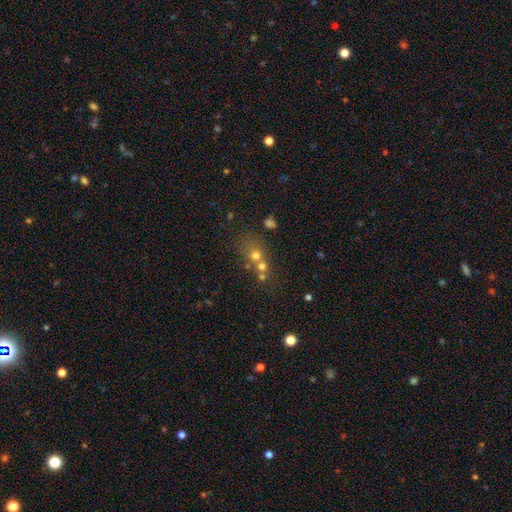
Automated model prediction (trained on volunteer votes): Morphology: type=smooth (59%); roundness=round (76%); merging=merger (48%).